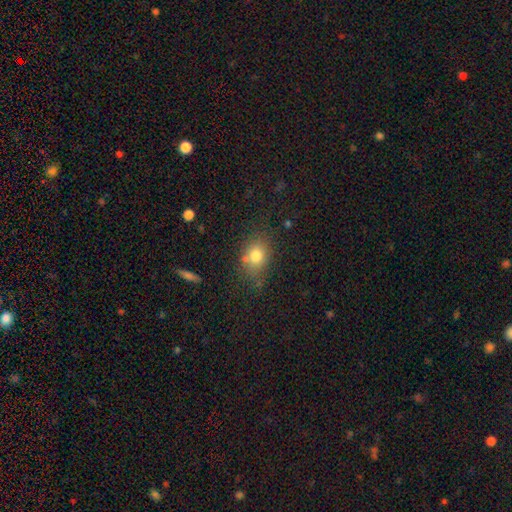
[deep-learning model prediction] Overall: smooth (77%). How rounded: in between (59%; round 39%). Merging: none (65%).